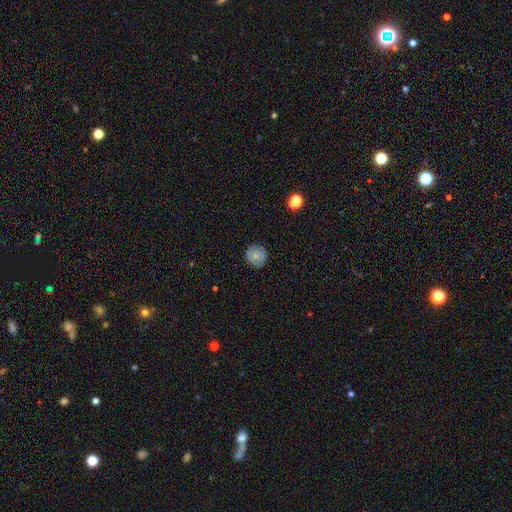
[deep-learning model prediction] This is likely a smooth galaxy (70%). How rounded: clearly round (92%). Merging: clearly none (85%).